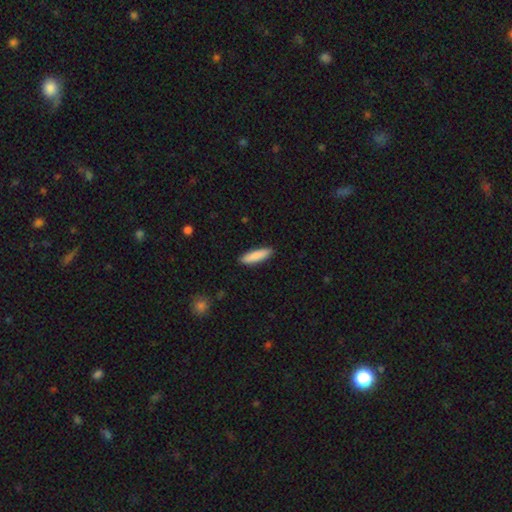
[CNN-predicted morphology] Smooth or featured?
  - smooth: 88% *
  - featured or disk: 7%
  - star or artifact: 5%
How rounded?
  - cigar-shaped: 72% *
  - in between: 27%
  - round: 1%
Merging?
  - none: 89% *
  - minor disturbance: 8%
  - major disturbance: 2%
  - merger: 1%